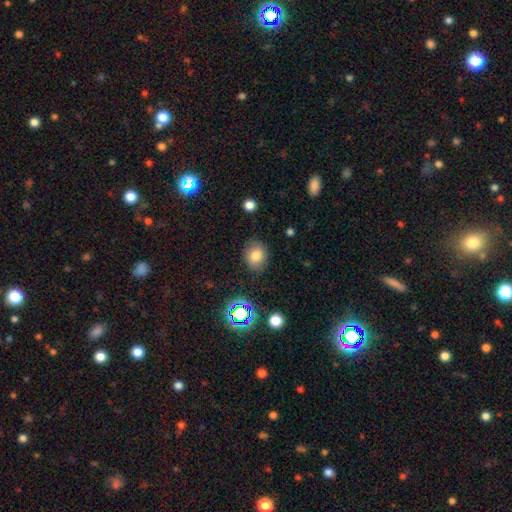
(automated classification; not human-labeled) Smooth or featured? Predicted: smooth (p=0.78). How rounded? Predicted: round (p=0.59). Merging? Predicted: none (p=0.83).